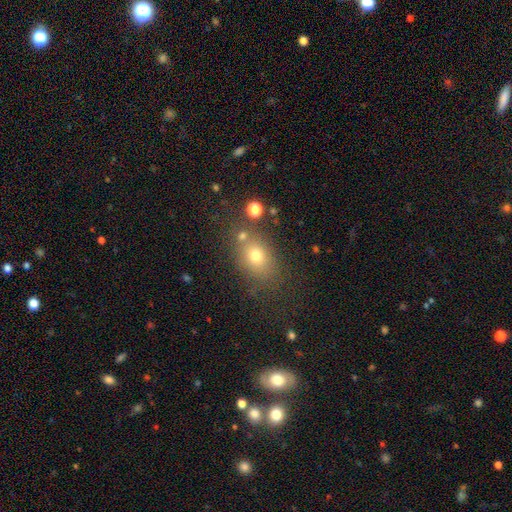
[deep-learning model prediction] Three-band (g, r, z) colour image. It shows a smooth galaxy with no disk features (71%) that is in between round and cigar-shaped (63%). Merging: none (67%).